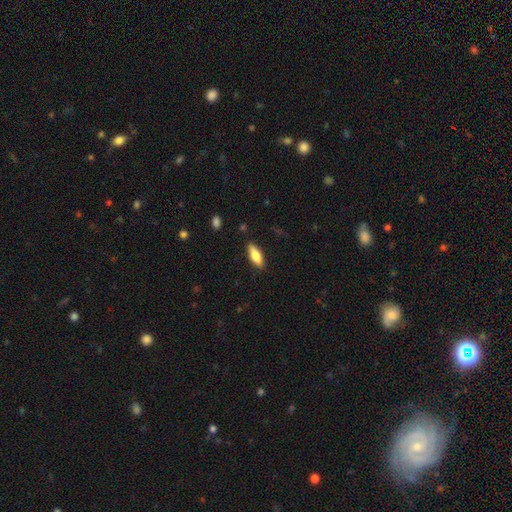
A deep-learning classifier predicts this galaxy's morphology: Smooth or featured? Predicted: smooth (p=0.76). How rounded? Predicted: in between (p=0.65). Merging? Predicted: none (p=0.87).